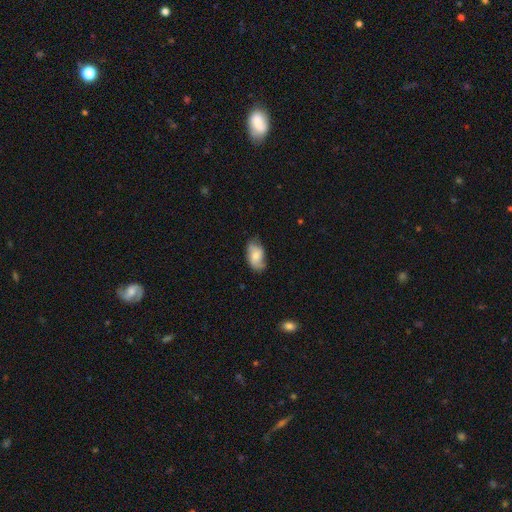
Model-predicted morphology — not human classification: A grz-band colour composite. It shows a smooth galaxy with no disk features (67%) that is in between round and cigar-shaped (92%). Merging: none (65%).